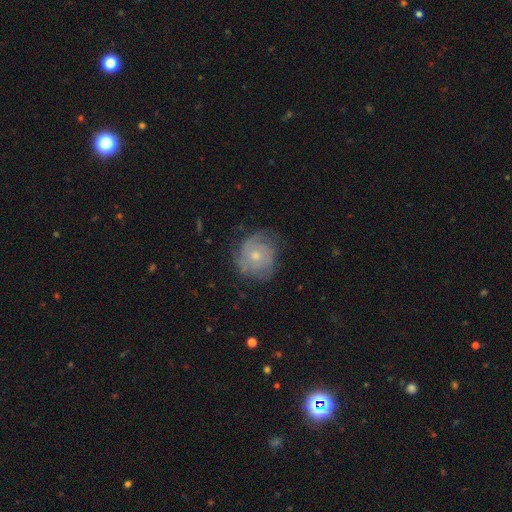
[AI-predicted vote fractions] The model was most divided on "bulge size": small: 50%, moderate: 46%, none: 2%, large: 2%, dominant: 1%. Remaining: edge-on disk — no (97%); spiral arms — yes (85%); bar — no (83%); merging — none (70%); smooth or featured — featured or disk (66%); spiral winding — tight (63%); spiral arm count — can't tell (42%).